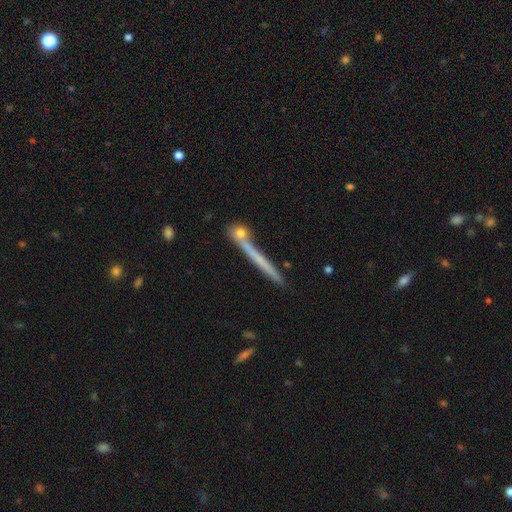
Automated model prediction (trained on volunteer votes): Smooth or featured?
  - featured or disk: 46% * (tied)
  - smooth: 46% * (tied)
  - star or artifact: 8%
Merging?
  - none: 77% *
  - minor disturbance: 10%
  - merger: 9%
  - major disturbance: 3%